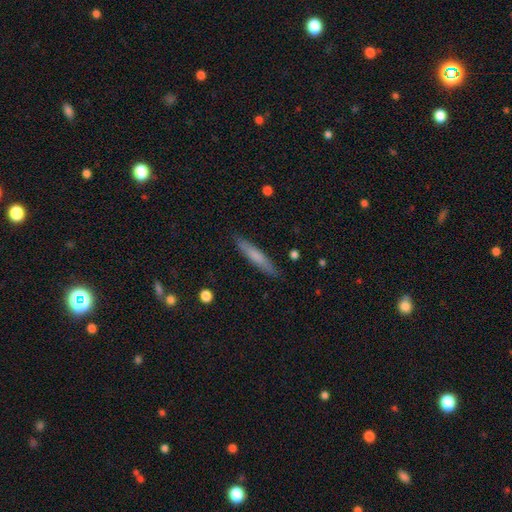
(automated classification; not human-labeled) Morphology: type=smooth (66%); roundness=cigar-shaped (91%); merging=none (88%).